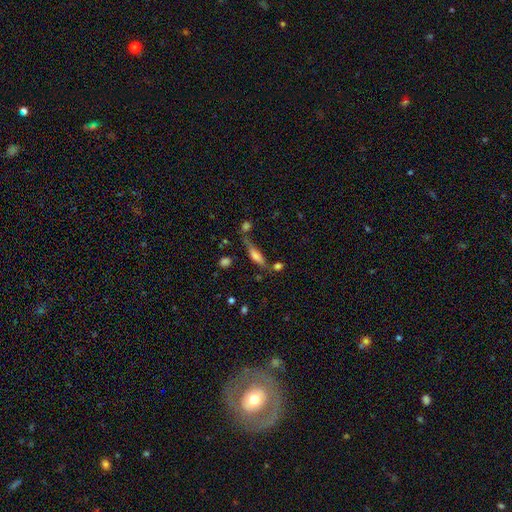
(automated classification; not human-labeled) The model was most divided on "smooth or featured": smooth: 61%, featured or disk: 30%, star or artifact: 10%. More confident: how rounded — cigar-shaped (65%); merging — none (56%).